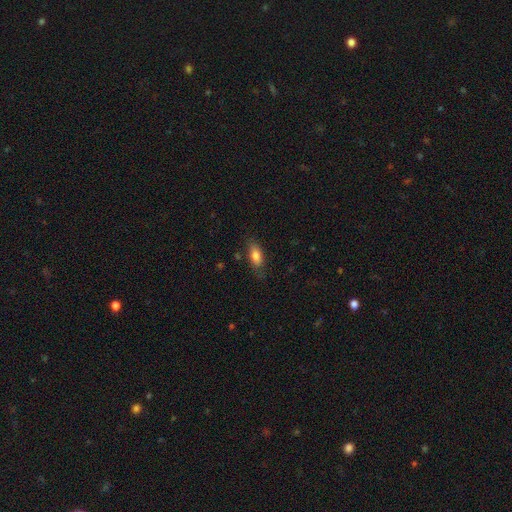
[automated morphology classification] This appears to be a smooth galaxy with no disk features (80%) that is in between round and cigar-shaped (82%). Merging: none (76%).